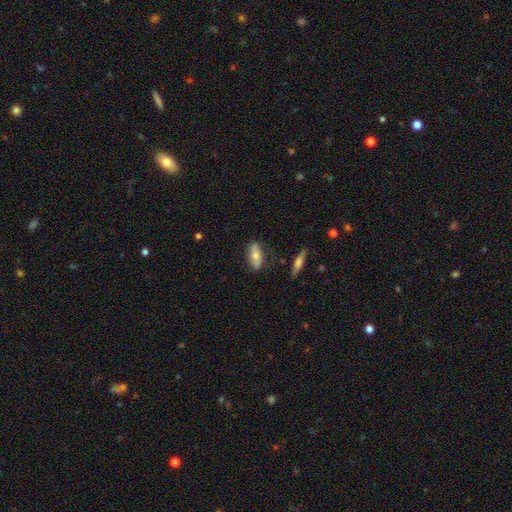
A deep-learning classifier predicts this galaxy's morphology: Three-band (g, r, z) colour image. It shows a smooth galaxy with no disk features (64%) that is in between round and cigar-shaped (69%). Merging: none (77%).